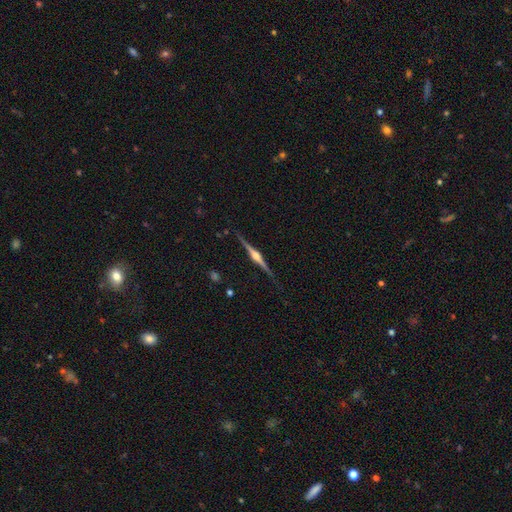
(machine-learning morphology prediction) smooth-or-featured: featured or disk: 87% | smooth: 8% | star or artifact: 5%
  disk-edge-on: yes: 98% | no: 2%
    edge-on-bulge: rounded: 93% | boxy: 5% | none: 2%
  merging: none: 88% | minor disturbance: 9% | major disturbance: 2% | merger: 1%